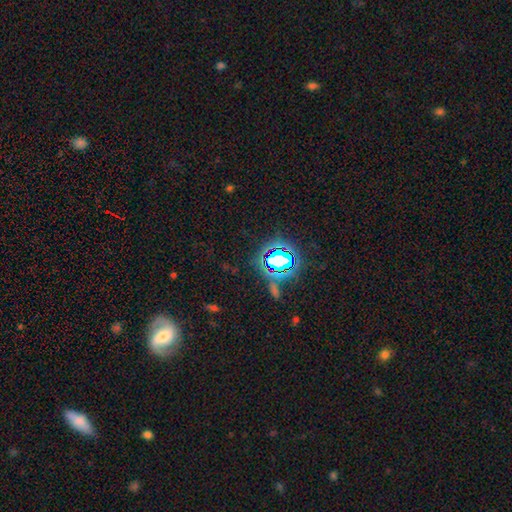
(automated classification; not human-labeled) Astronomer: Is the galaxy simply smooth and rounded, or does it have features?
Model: star or artifact — 71%.